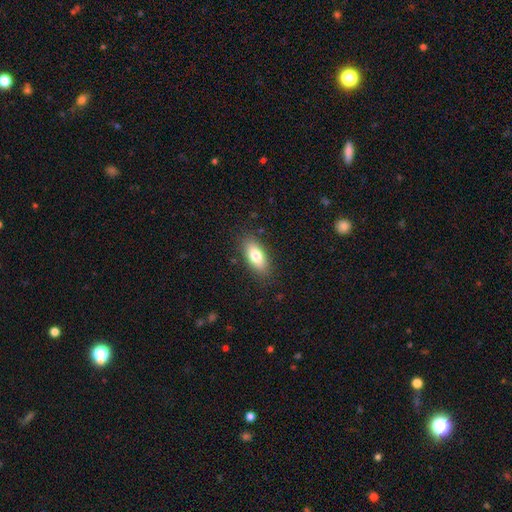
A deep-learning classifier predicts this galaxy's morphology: Overall: smooth (78%). How rounded: in between (83%). Merging: none (85%).